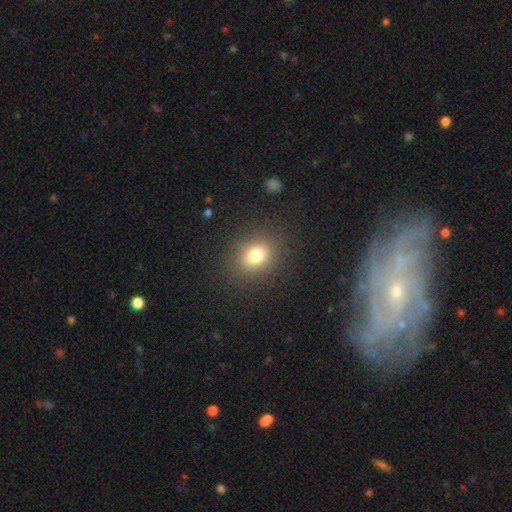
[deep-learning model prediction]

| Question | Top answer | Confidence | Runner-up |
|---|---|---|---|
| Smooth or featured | smooth | 77% | star or artifact (14%) |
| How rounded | round | 56% | in between (43%) |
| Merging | none | 87% | minor disturbance (8%) |